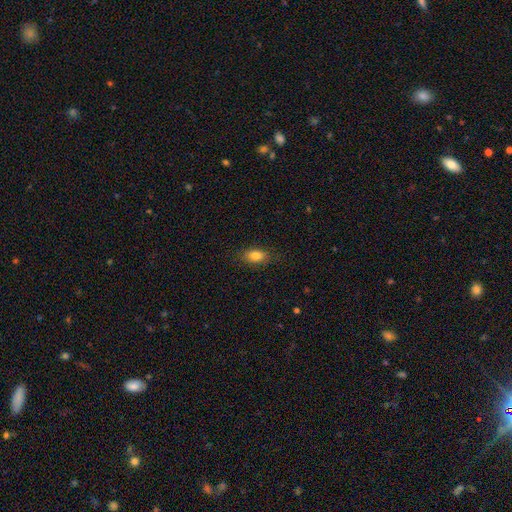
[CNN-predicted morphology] Smooth or featured? Predicted: smooth (p=0.82). How rounded? Predicted: in between (p=0.87). Merging? Predicted: none (p=0.83).